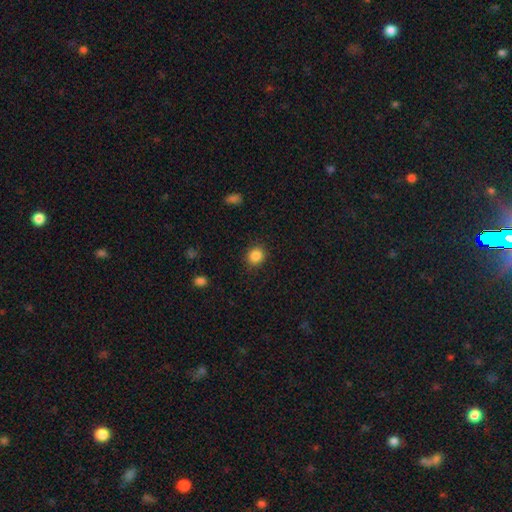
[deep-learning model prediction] Overall: smooth (86%). How rounded: round (80%). Merging: none (89%).